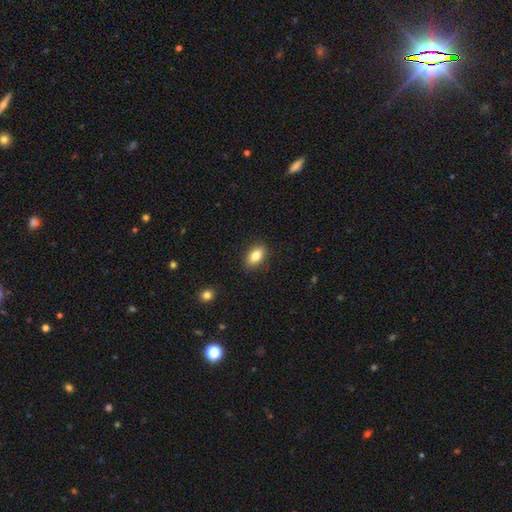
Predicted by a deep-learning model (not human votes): smooth-or-featured: smooth: 82% | featured or disk: 10% | star or artifact: 8%
  how-rounded: in between: 88% | round: 9% | cigar-shaped: 3%
  merging: none: 87% | minor disturbance: 10% | major disturbance: 2% | merger: 1%